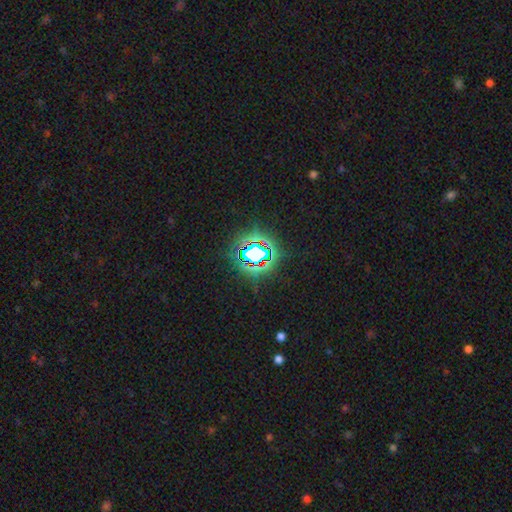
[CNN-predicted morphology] Overall: star or artifact (73%).